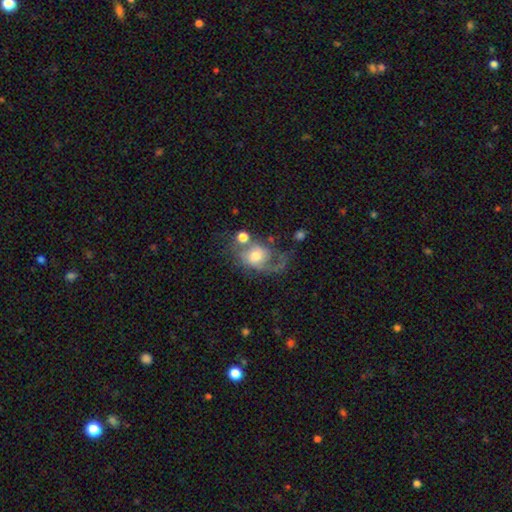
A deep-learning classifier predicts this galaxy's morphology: This is possibly a featured or disk galaxy (56%). It is clearly not viewed edge-on (96%). Bar: likely no (67%). Spiral arm pattern: likely yes (77%). Central bulge: possibly moderate (57%). Merging: marginally major disturbance (32%).